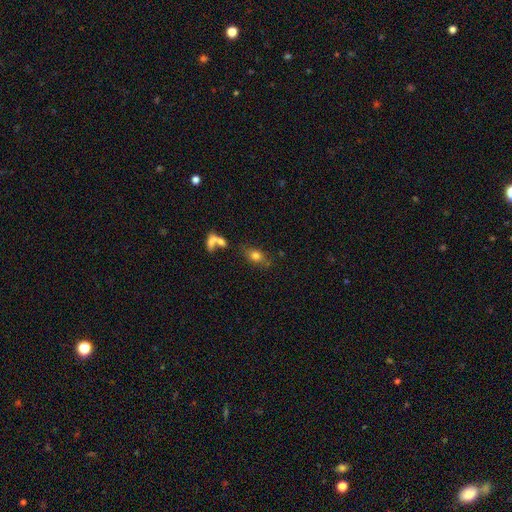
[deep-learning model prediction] smooth_or_featured: smooth (p=0.76) [alt: featured or disk p=0.14]
how_rounded: in between (p=0.74) [alt: round p=0.21]
merging: none (p=0.64) [alt: minor disturbance p=0.15]